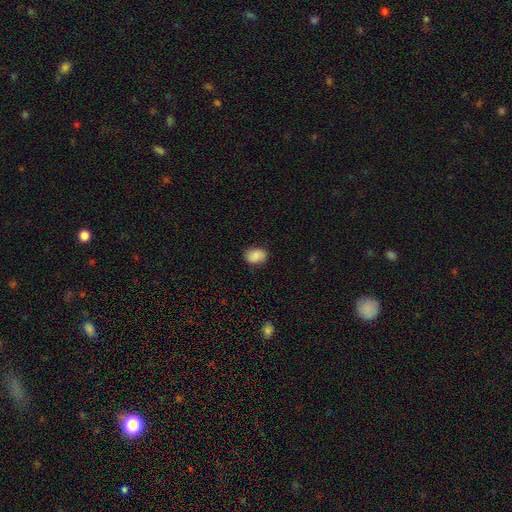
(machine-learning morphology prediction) This appears to be a smooth galaxy with no disk features (87%) that is in between round and cigar-shaped (74%). Merging: none (83%).